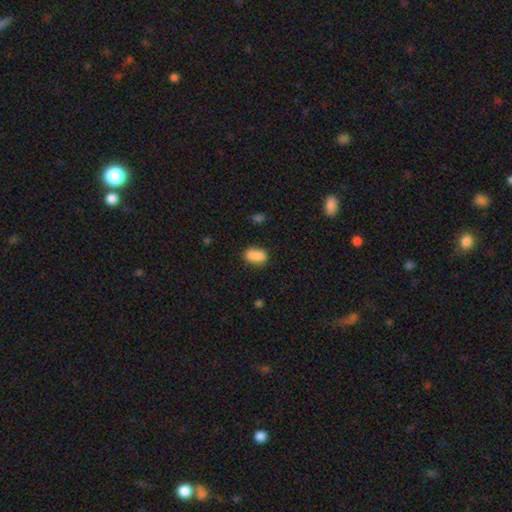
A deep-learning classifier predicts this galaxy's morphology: type=smooth (83%); roundness=in between (83%); merging=none (63%).